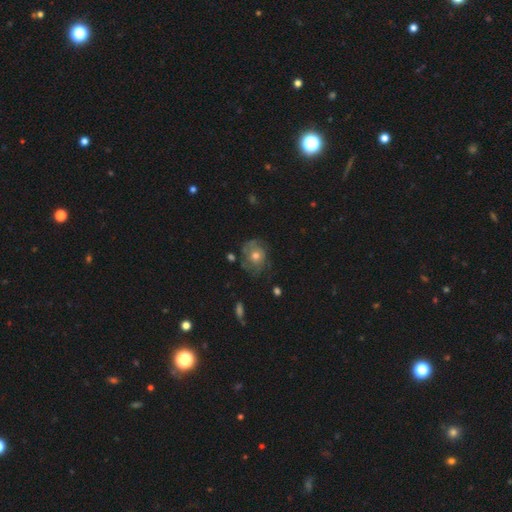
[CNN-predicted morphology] featured or disk 51%, smooth 38%, star or artifact 11%. Down the decision tree: edge-on disk — no (96%); merging — none (62%).